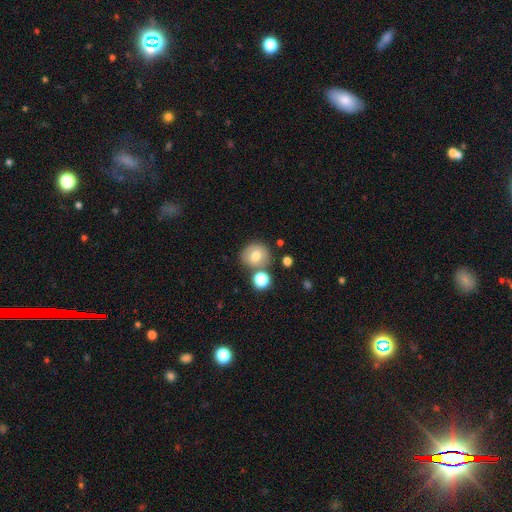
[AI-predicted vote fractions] smooth_or_featured: smooth (p=0.73) [alt: featured or disk p=0.15]
how_rounded: round (p=0.84) [alt: in between p=0.15]
merging: none (p=0.69) [alt: merger p=0.16]